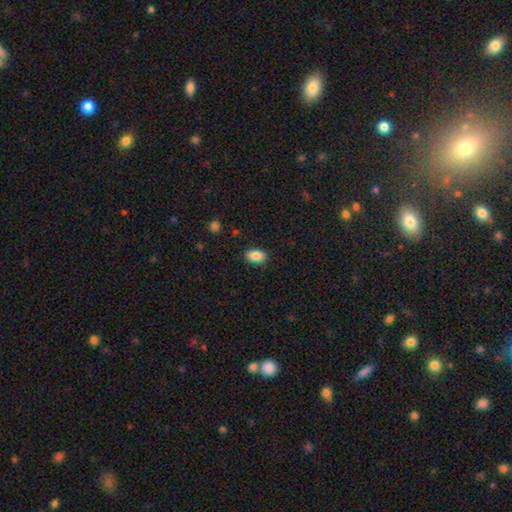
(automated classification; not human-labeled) smooth_or_featured: smooth (p=0.87) [alt: star or artifact p=0.07]
how_rounded: in between (p=0.92) [alt: round p=0.06]
merging: none (p=0.88) [alt: minor disturbance p=0.09]